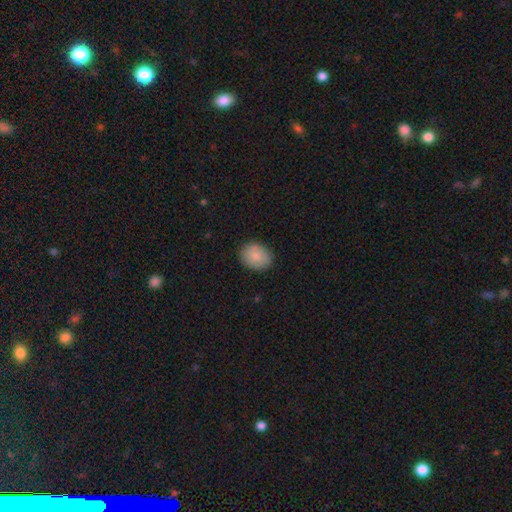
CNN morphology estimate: This appears to be a smooth galaxy with no disk features (87%) that is in between round and cigar-shaped (55%). Merging: none (87%).